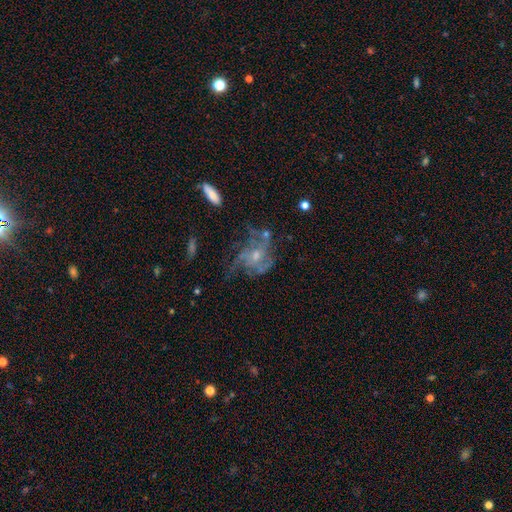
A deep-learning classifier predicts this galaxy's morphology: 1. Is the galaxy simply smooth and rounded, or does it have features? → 75% featured or disk, 13% smooth, 12% star or artifact.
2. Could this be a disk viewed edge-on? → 96% no, 4% yes.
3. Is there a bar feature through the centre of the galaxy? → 74% no, 22% weak, 4% strong.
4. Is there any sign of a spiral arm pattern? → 81% yes, 19% no.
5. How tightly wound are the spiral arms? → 43% medium, 31% tight, 26% loose.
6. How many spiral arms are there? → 36% can't tell, 22% 3, 16% 4, 12% 2, 7% more than 4, 6% 1.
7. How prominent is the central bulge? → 52% small, 39% moderate, 5% none, 2% large, 1% dominant.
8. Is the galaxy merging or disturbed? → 51% none, 25% major disturbance, 19% minor disturbance, 5% merger.